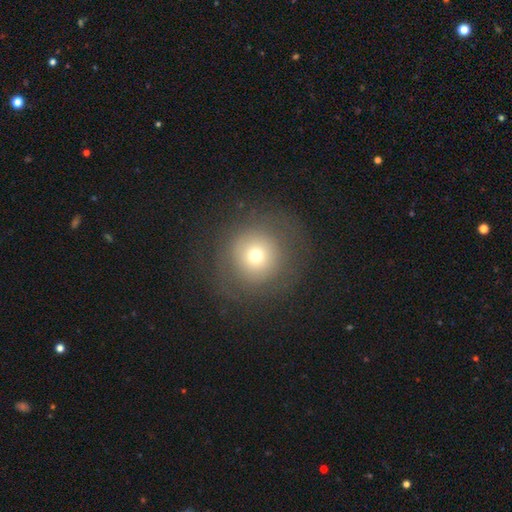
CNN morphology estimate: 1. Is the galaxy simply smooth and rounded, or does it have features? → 62% smooth, 25% featured or disk, 13% star or artifact.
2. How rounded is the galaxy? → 93% round, 6% in between, 1% cigar-shaped.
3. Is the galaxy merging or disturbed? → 77% none, 11% minor disturbance, 10% major disturbance, 1% merger.